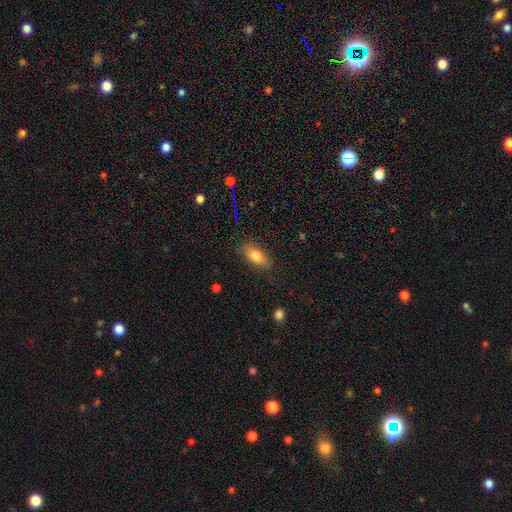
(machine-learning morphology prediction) Q: Smooth or featured?
A: smooth (78%); runner-up: featured or disk (14%)
Q: How rounded?
A: in between (82%); runner-up: cigar-shaped (14%)
Q: Merging?
A: none (82%); runner-up: minor disturbance (13%)